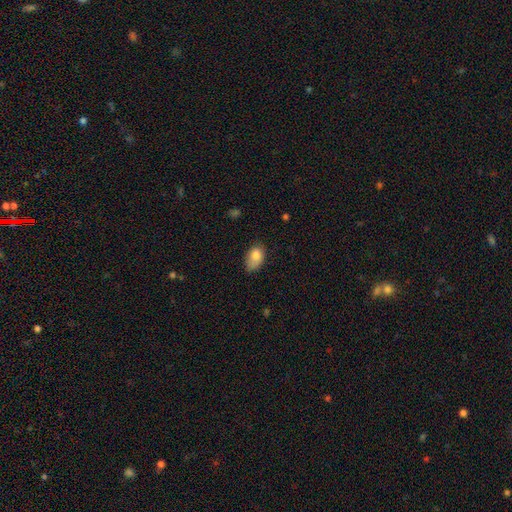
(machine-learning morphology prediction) Smooth or featured: smooth — 81% (featured or disk — 11%)
How rounded: in between — 86% (round — 13%)
Merging: none — 49% (minor disturbance — 38%)